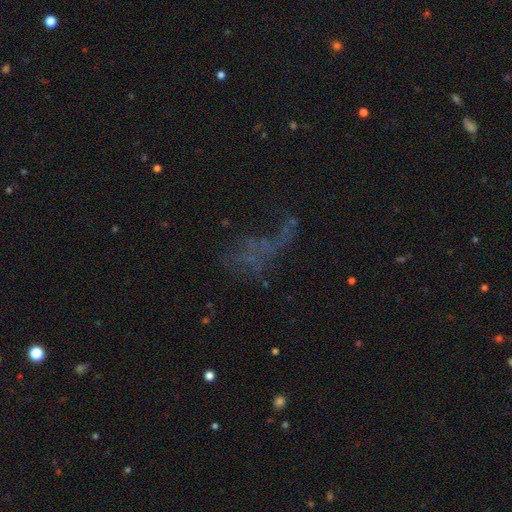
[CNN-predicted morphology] Smooth or featured: star or artifact — 36% (featured or disk — 34%)